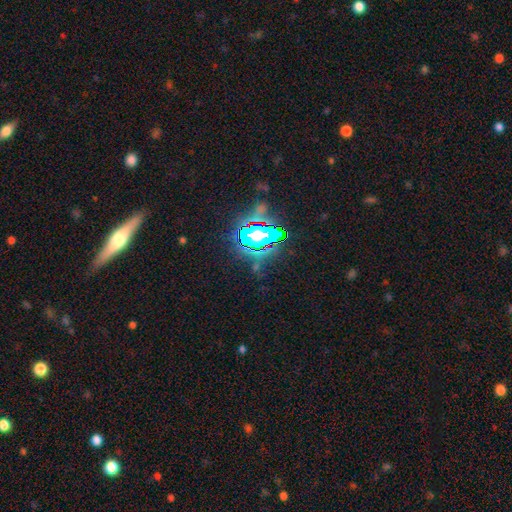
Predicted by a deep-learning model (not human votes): This is likely a star or artifact rather than a galaxy (70%).